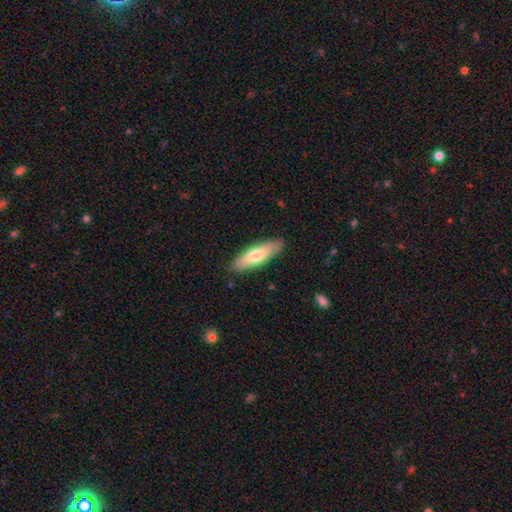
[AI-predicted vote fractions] This is likely a smooth galaxy (71%). How rounded: possibly cigar-shaped (53%). Merging: clearly none (88%).